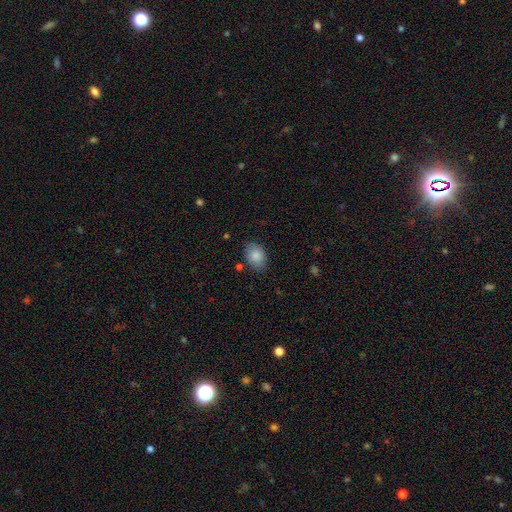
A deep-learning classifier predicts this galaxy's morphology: Q: Smooth or featured?
A: smooth (86%); runner-up: star or artifact (7%)
Q: How rounded?
A: in between (80%); runner-up: round (19%)
Q: Merging?
A: none (81%); runner-up: minor disturbance (13%)